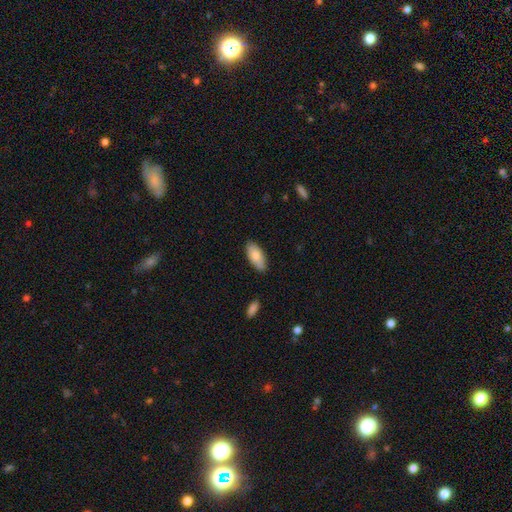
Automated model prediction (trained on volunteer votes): The model was most divided on "smooth or featured": smooth: 79%, featured or disk: 15%, star or artifact: 6%. More confident: how rounded — in between (89%); merging — none (84%).